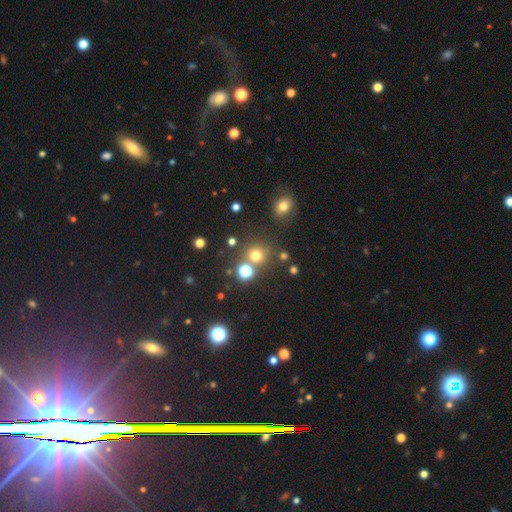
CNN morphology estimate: smooth 67%, star or artifact 25%, featured or disk 7%. Down the decision tree: how rounded — round (90%); merging — none (75%).